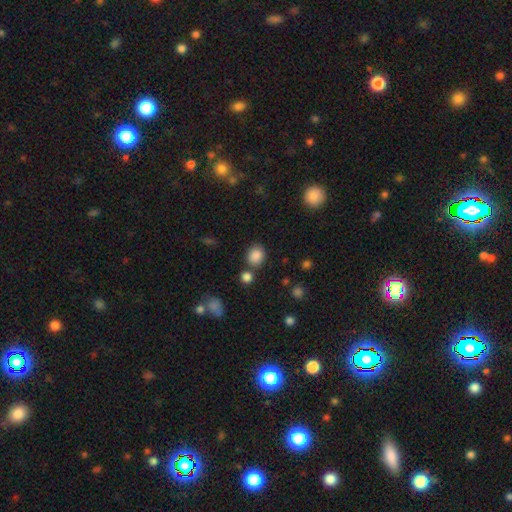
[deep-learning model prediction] Smooth or featured: smooth — 85% (star or artifact — 11%)
How rounded: round — 65% (in between — 34%)
Merging: none — 74% (minor disturbance — 12%)